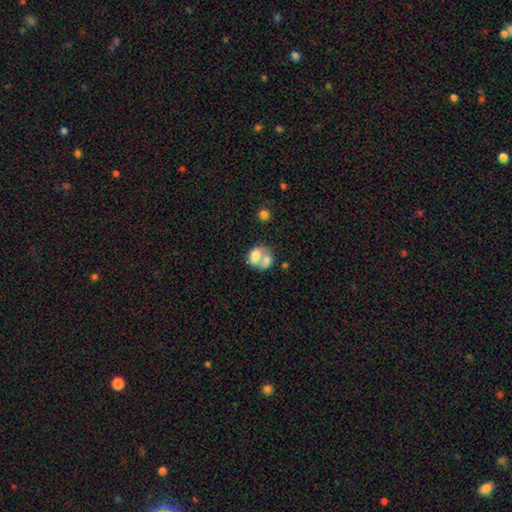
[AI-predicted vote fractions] The model was most divided on "how rounded": in between: 70%, round: 28%, cigar-shaped: 1%. More confident: smooth or featured — smooth (68%); merging — merger (68%).